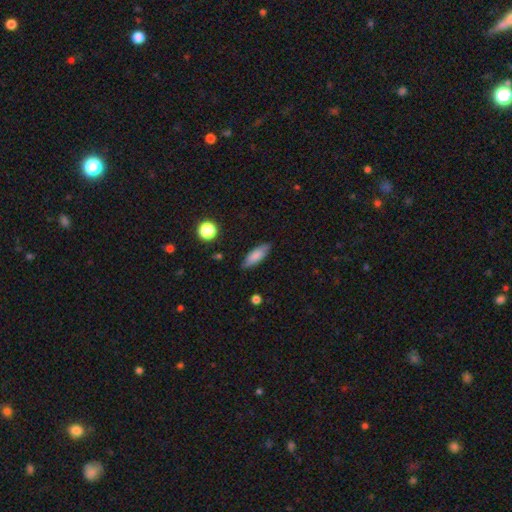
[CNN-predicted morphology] Smooth or featured: smooth — 78% (featured or disk — 15%)
How rounded: in between — 67% (cigar-shaped — 31%)
Merging: none — 82% (minor disturbance — 14%)